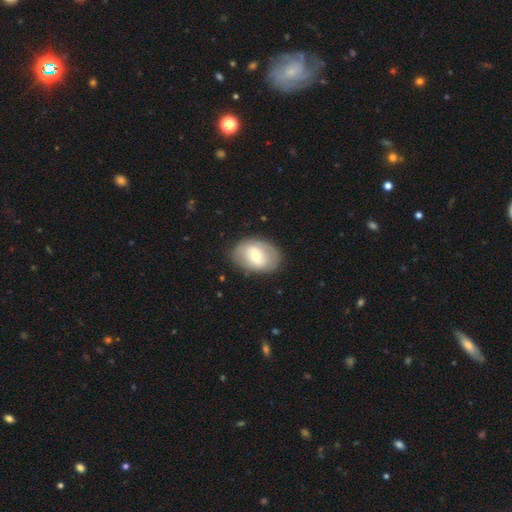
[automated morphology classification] Smooth or featured? smooth (51%)
How rounded? in between (76%)
Merging? none (82%)